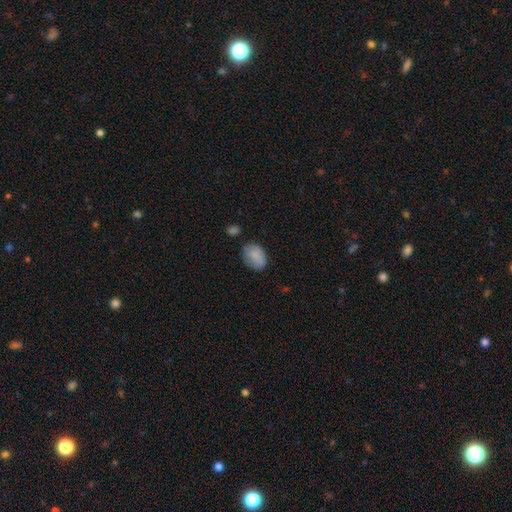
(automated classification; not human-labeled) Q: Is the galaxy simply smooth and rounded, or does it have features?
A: smooth — 85%.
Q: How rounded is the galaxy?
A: in between — 79%.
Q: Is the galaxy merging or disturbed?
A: none — 67%.